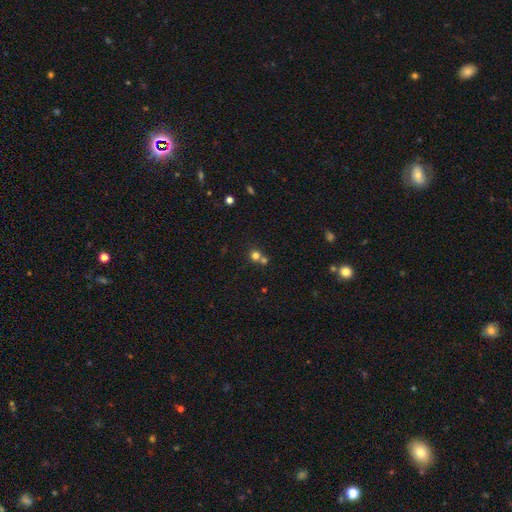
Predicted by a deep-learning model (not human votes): A smooth galaxy with no disk features (74%) that is round (88%).

Vote fractions:
- Smooth or featured? smooth: 74% / star or artifact: 17% / featured or disk: 9%
- How rounded? round: 88% / in between: 11% / cigar-shaped: 1%
- Merging? none: 49% / merger: 42% / minor disturbance: 6% / major disturbance: 3%